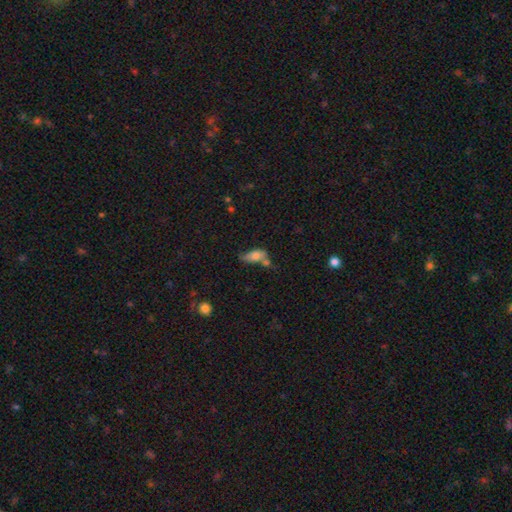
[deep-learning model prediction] Smooth or featured? smooth (66%)
How rounded? in between (83%)
Merging? merger (32%)